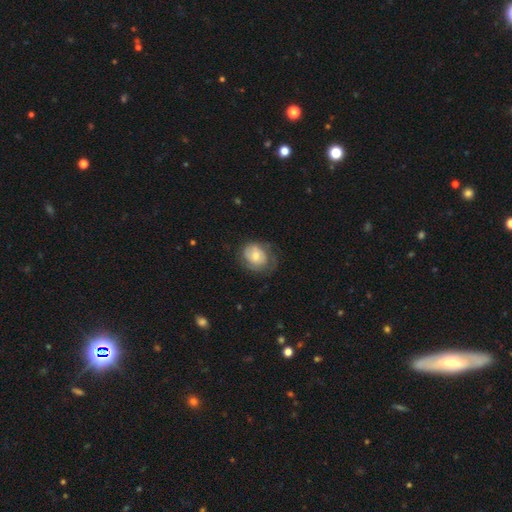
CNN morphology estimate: smooth_or_featured: smooth (p=0.57) [alt: featured or disk p=0.35]
how_rounded: round (p=0.57) [alt: in between p=0.42]
merging: none (p=0.55) [alt: minor disturbance p=0.28]